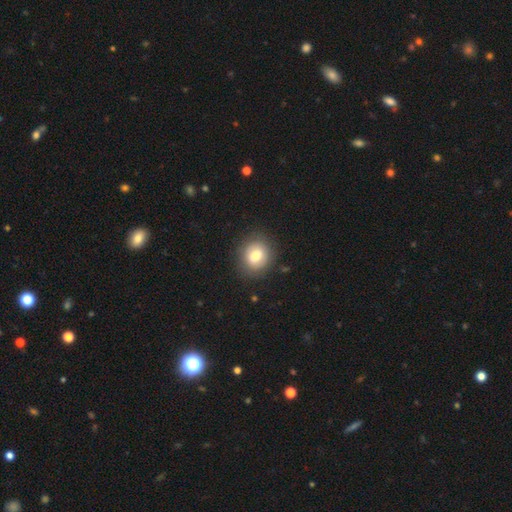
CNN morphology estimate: Overall: smooth (74%). How rounded: round (72%). Merging: none (84%).